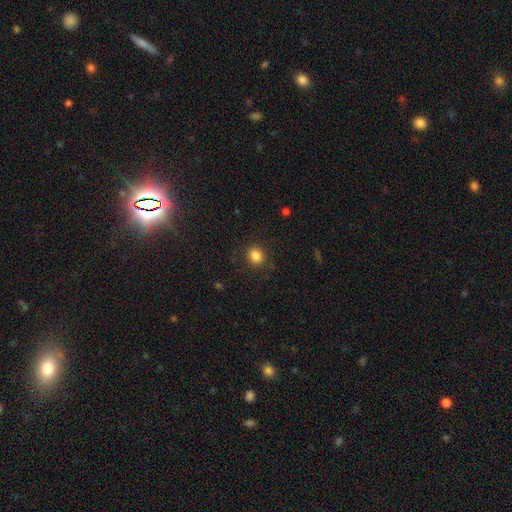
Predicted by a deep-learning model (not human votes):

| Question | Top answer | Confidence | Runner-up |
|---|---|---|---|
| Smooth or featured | smooth | 85% | star or artifact (11%) |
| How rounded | round | 77% | in between (22%) |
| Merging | none | 87% | minor disturbance (9%) |